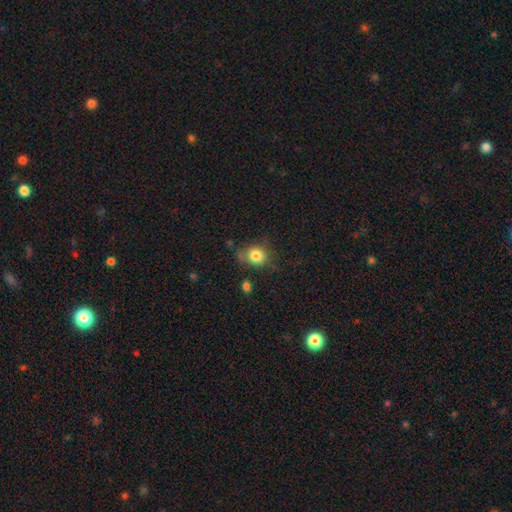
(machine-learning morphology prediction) type=smooth (81%); roundness=round (76%); merging=none (66%).